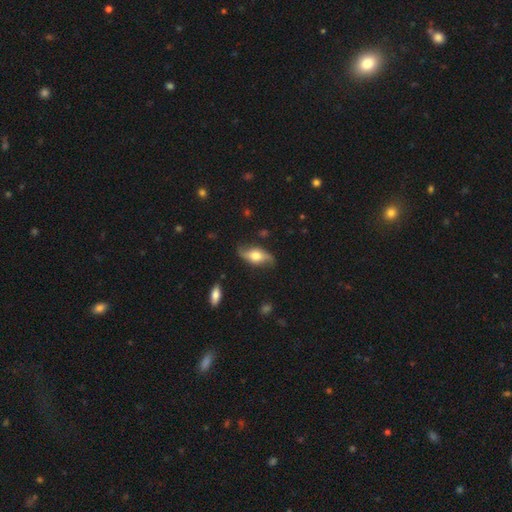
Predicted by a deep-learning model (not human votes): Q: Smooth or featured?
A: featured or disk (59%); runner-up: smooth (34%)
Q: Edge-on disk?
A: no (74%); runner-up: yes (26%)
Q: Merging?
A: none (73%); runner-up: minor disturbance (20%)